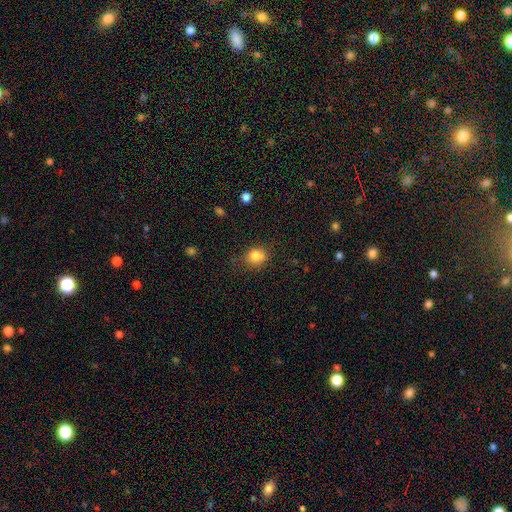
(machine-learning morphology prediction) This is clearly a smooth galaxy (82%). How rounded: likely round (68%). Merging: likely none (67%).